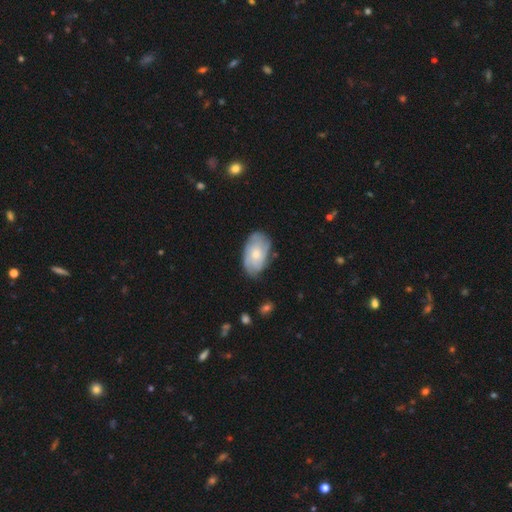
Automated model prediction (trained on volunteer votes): Smooth or featured?
  - featured or disk: 56% *
  - smooth: 38%
  - star or artifact: 6%
Edge-on disk?
  - no: 95% *
  - yes: 5%
Bar?
  - no: 79% *
  - weak: 18%
  - strong: 2%
Spiral arms?
  - yes: 80% *
  - no: 20%
Bulge size?
  - moderate: 50% *
  - small: 45%
  - large: 3%
  - none: 2%
  - dominant: 1%
Merging?
  - none: 72% *
  - minor disturbance: 21%
  - major disturbance: 5%
  - merger: 1%